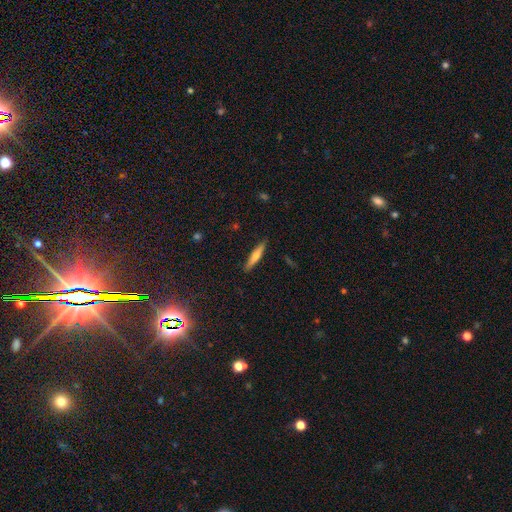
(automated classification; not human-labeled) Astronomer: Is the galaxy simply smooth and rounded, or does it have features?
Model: smooth — 55% (runner-up: featured or disk, 39%).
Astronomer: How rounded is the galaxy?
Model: cigar-shaped — 90%.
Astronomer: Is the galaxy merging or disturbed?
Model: none — 89%.